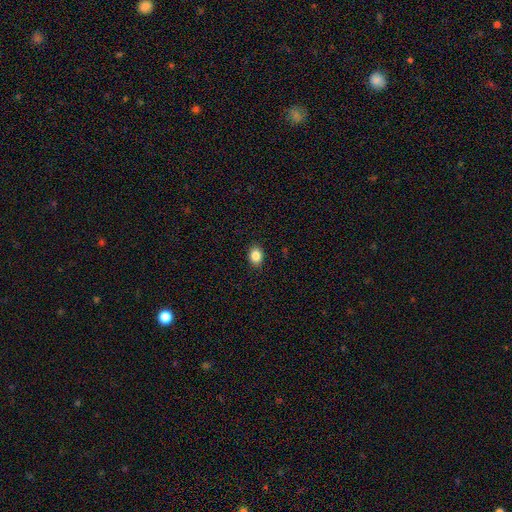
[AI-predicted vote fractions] Smooth or featured? smooth (86%)
How rounded? in between (62%)
Merging? none (89%)